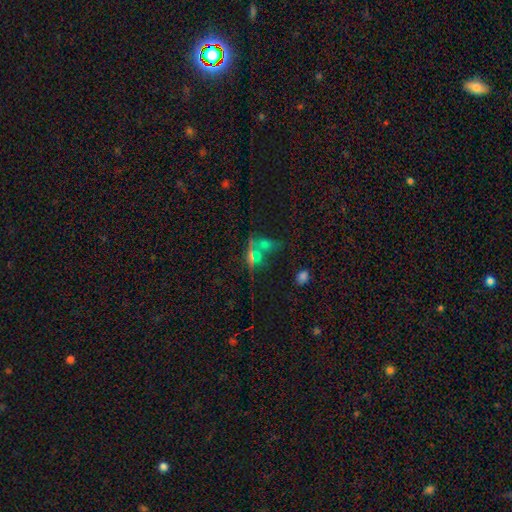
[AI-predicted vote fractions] smooth_or_featured: star or artifact (p=0.43) [alt: smooth p=0.38]